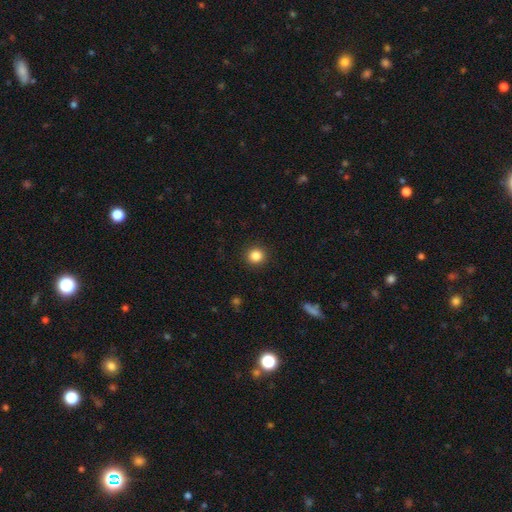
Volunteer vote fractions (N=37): This appears to be a smooth galaxy with no disk features (86%) that is round (91%). Merging: none (89%).